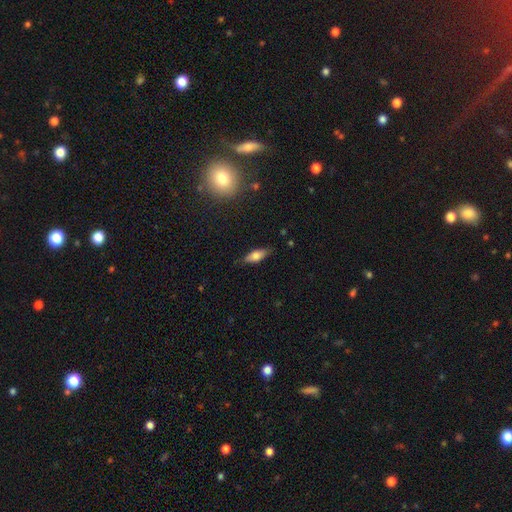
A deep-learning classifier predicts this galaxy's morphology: smooth_or_featured: smooth (p=0.68) [alt: featured or disk p=0.24]
how_rounded: in between (p=0.68) [alt: cigar-shaped p=0.29]
merging: none (p=0.79) [alt: minor disturbance p=0.16]